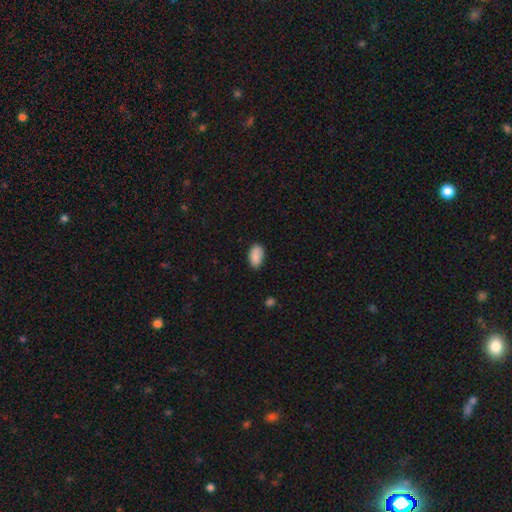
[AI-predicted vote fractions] A smooth galaxy with no disk features (89%) that is in between round and cigar-shaped (93%). Merging: none (78%).